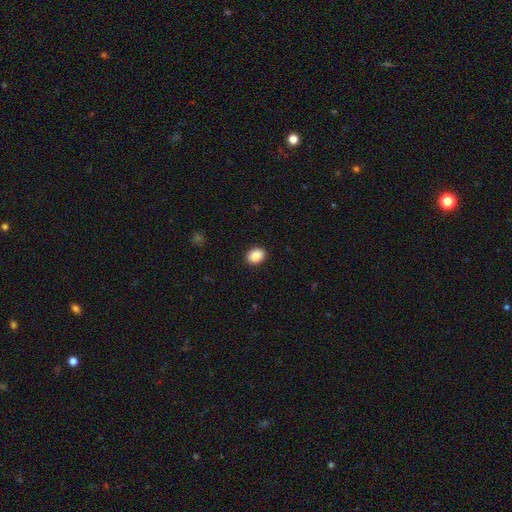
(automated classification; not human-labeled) Smooth or featured? Predicted: smooth (p=0.89). How rounded? Predicted: in between (p=0.60). Merging? Predicted: none (p=0.91).